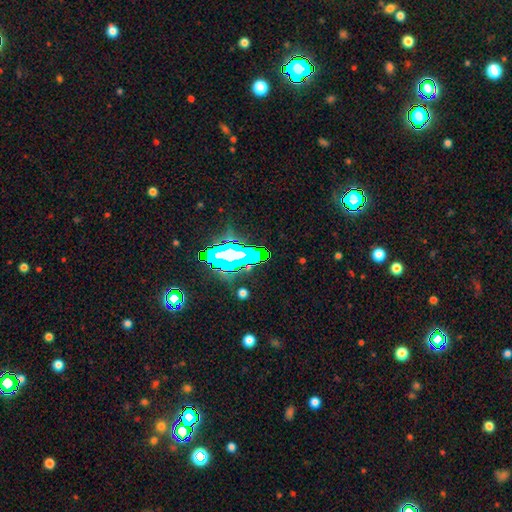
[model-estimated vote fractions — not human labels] smooth_or_featured: star or artifact (p=0.57) [alt: smooth p=0.24]